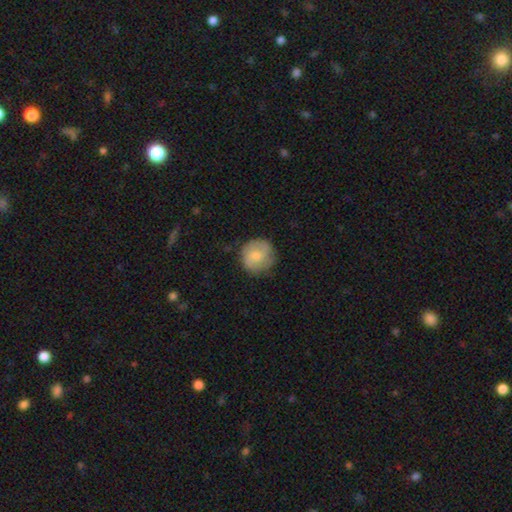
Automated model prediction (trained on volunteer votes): Smooth or featured: smooth — 58% (featured or disk — 36%)
How rounded: round — 91% (in between — 8%)
Merging: none — 77% (minor disturbance — 17%)